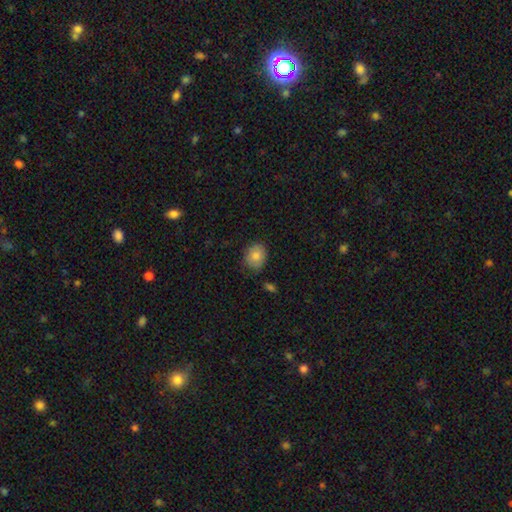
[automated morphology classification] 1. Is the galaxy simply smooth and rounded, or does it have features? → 83% smooth, 8% featured or disk, 8% star or artifact.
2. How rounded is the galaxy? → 55% round, 44% in between, 1% cigar-shaped.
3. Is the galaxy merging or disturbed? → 78% none, 17% minor disturbance, 3% major disturbance, 2% merger.